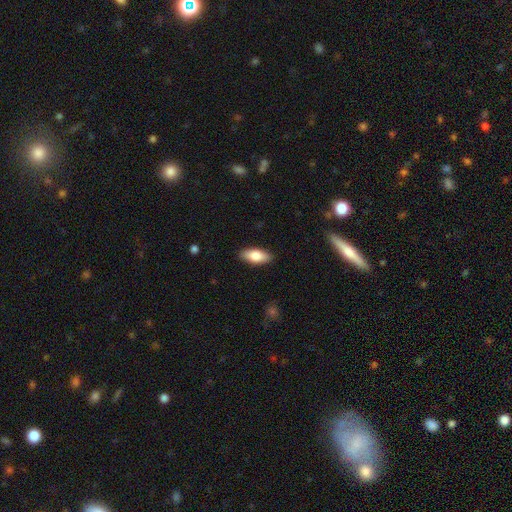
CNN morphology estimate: This is likely a smooth galaxy (79%). How rounded: clearly in between (83%). Merging: clearly none (89%).